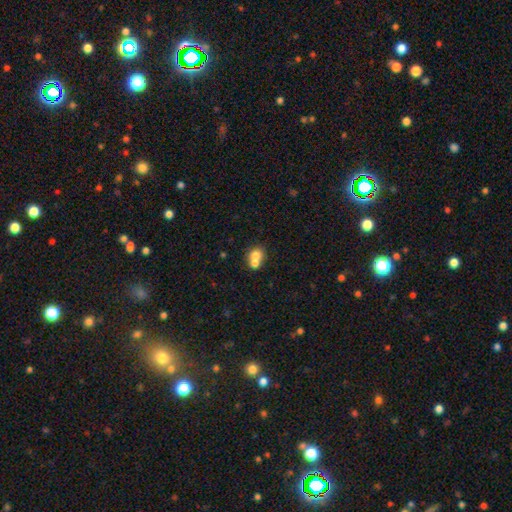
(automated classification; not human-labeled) Smooth or featured: smooth — 72% (featured or disk — 17%)
How rounded: round — 74% (in between — 25%)
Merging: merger — 58% (none — 33%)